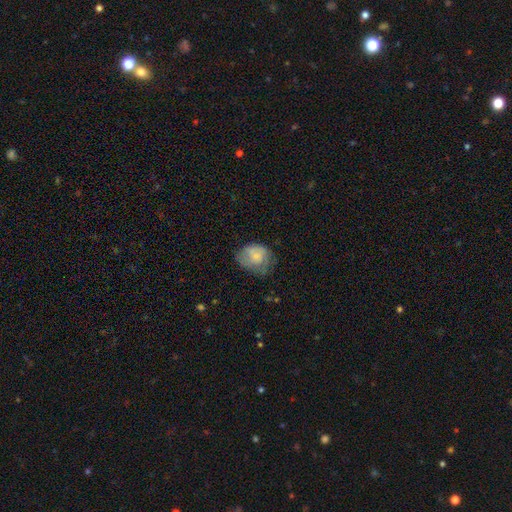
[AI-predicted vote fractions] smooth 71%, featured or disk 21%, star or artifact 8%. Down the decision tree: how rounded — round (51%); merging — none (48%).